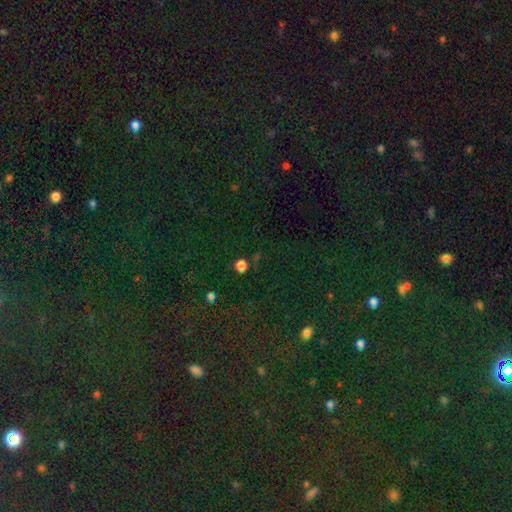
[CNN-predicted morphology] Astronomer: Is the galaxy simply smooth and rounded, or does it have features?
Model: star or artifact — 79%.